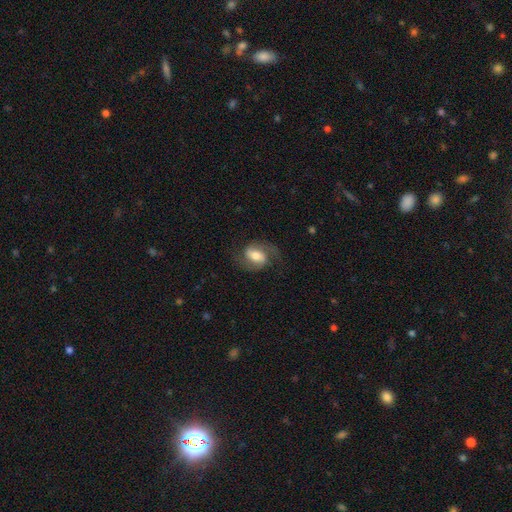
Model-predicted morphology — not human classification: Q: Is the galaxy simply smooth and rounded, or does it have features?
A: featured or disk — 70%.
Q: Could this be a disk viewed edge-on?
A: no — 97%.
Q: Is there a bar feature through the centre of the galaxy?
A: weak — 44%.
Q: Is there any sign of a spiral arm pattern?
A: yes — 93%.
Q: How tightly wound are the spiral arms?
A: medium — 50%.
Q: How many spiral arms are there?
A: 2 — 88%.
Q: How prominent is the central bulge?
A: moderate — 58%.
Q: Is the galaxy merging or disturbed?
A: none — 67%.